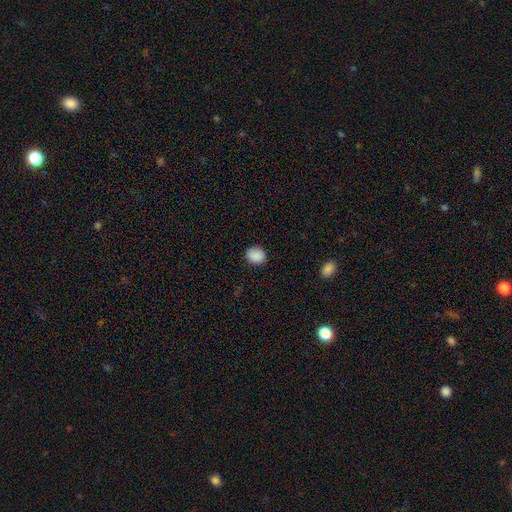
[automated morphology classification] type=smooth (89%); roundness=round (69%); merging=none (89%).